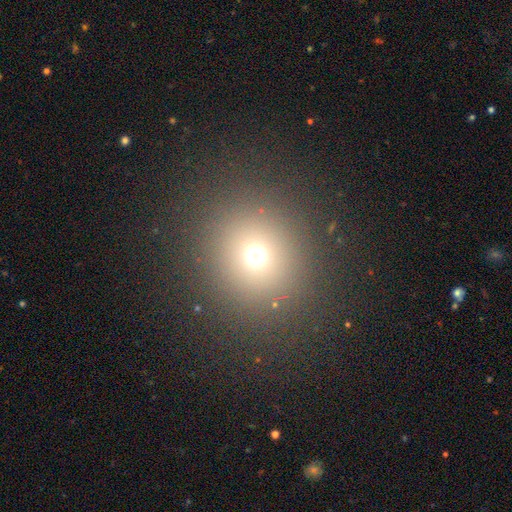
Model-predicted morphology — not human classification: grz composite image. It shows a smooth galaxy with no disk features (69%) that is round (90%). Merging: none (88%).